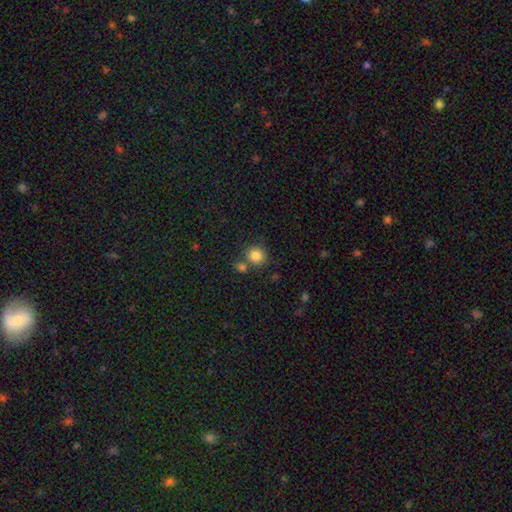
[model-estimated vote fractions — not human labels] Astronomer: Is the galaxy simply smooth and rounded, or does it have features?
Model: smooth — 83%.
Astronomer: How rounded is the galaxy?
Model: round — 88%.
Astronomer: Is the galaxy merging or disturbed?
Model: none — 71%.